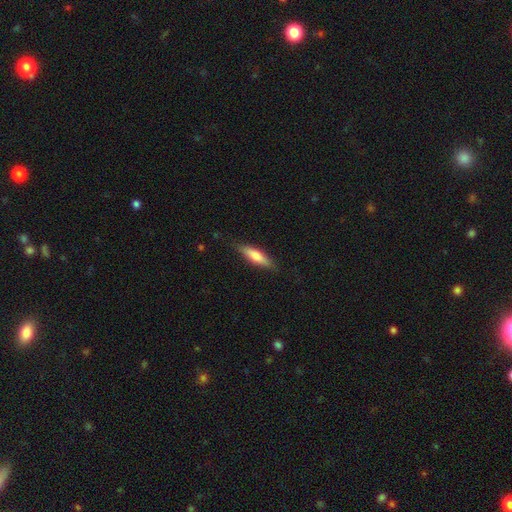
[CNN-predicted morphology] smooth_or_featured: smooth (p=0.69) [alt: featured or disk p=0.25]
how_rounded: cigar-shaped (p=0.66) [alt: in between p=0.32]
merging: none (p=0.84) [alt: minor disturbance p=0.13]